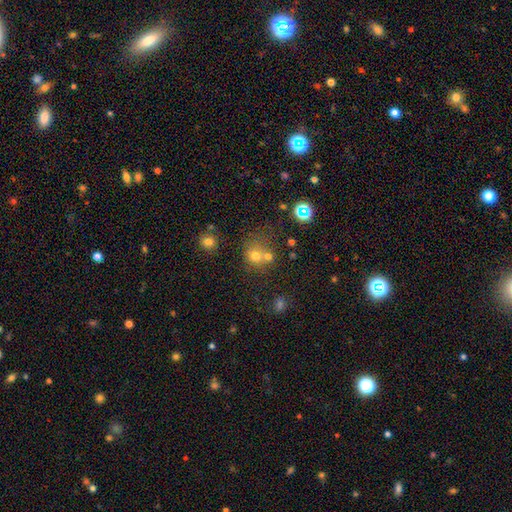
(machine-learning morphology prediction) Smooth or featured? smooth (67%)
How rounded? round (83%)
Merging? none (48%)